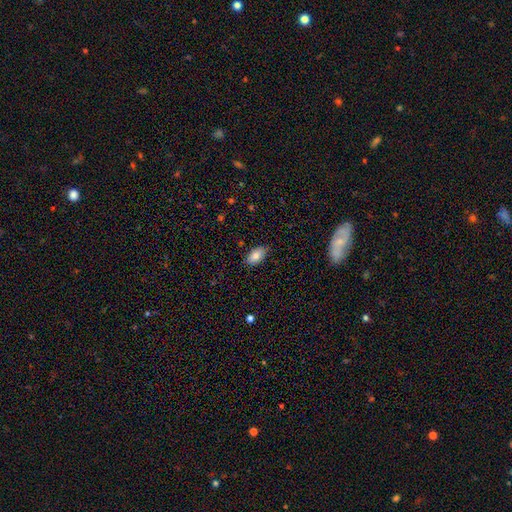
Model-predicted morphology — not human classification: smooth_or_featured: smooth (p=0.83) [alt: featured or disk p=0.10]
how_rounded: in between (p=0.93) [alt: round p=0.04]
merging: none (p=0.84) [alt: minor disturbance p=0.12]